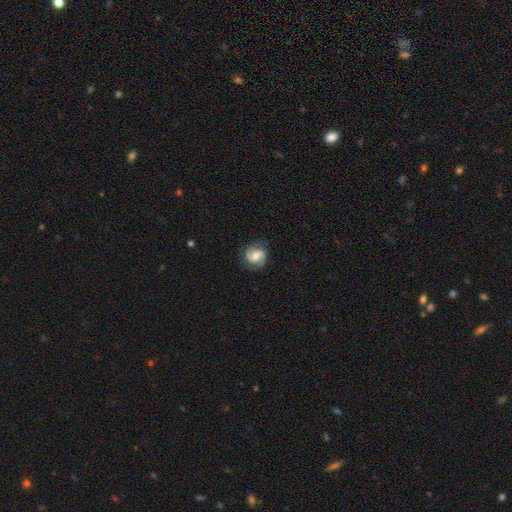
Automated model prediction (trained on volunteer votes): Smooth or featured: featured or disk — 73% (smooth — 20%)
Edge-on disk: no — 98% (yes — 2%)
Bar: weak — 49% (no — 33%)
Spiral arms: yes — 95% (no — 5%)
Spiral winding: medium — 50% (tight — 27%)
Spiral arm count: 2 — 90% (can't tell — 4%)
Bulge size: moderate — 49% (small — 28%)
Merging: none — 79% (minor disturbance — 15%)